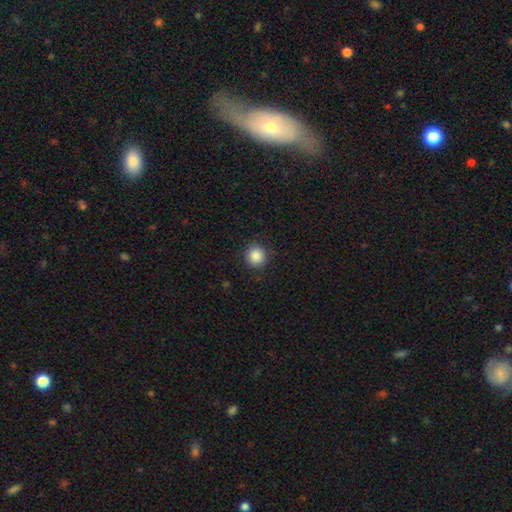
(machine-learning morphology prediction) A smooth galaxy with no disk features (87%) that is round (93%).

Vote fractions:
- Smooth or featured? smooth: 87% / star or artifact: 10% / featured or disk: 3%
- How rounded? round: 93% / in between: 6% / cigar-shaped: 1%
- Merging? none: 89% / minor disturbance: 8% / major disturbance: 2% / merger: 1%